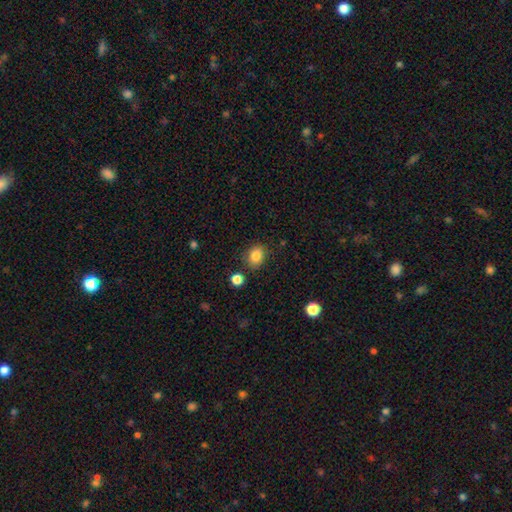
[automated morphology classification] Smooth or featured?
  - smooth: 84% *
  - star or artifact: 10%
  - featured or disk: 5%
How rounded?
  - round: 53% *
  - in between: 47%
  - cigar-shaped: 1%
Merging?
  - none: 80% *
  - minor disturbance: 13%
  - merger: 4%
  - major disturbance: 4%